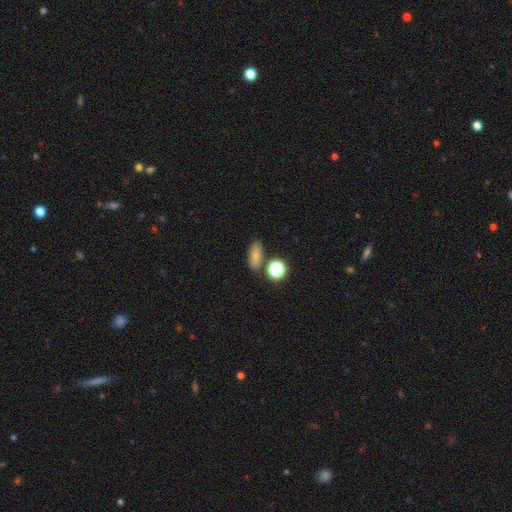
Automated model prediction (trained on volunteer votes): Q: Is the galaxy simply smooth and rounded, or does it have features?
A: smooth — 69%.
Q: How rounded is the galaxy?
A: in between — 76%.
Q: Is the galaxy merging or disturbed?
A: none — 75%.